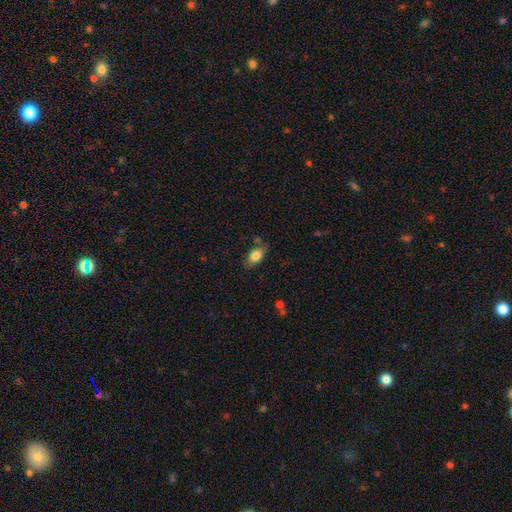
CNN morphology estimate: smooth 81%, featured or disk 11%, star or artifact 8%. Down the decision tree: how rounded — in between (87%); merging — none (74%).